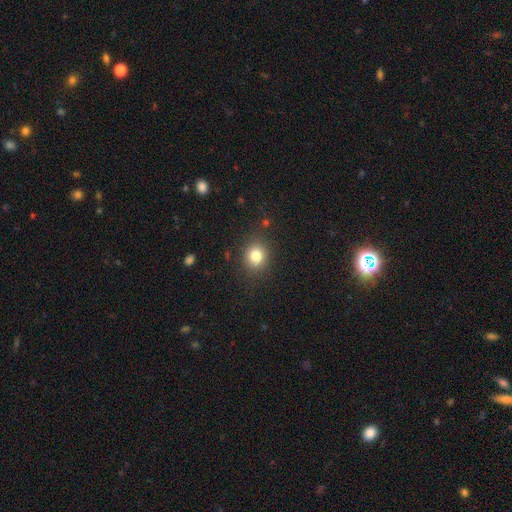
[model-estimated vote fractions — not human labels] Smooth or featured?
  - smooth: 82% *
  - star or artifact: 12%
  - featured or disk: 6%
How rounded?
  - round: 76% *
  - in between: 23%
  - cigar-shaped: 1%
Merging?
  - none: 86% *
  - minor disturbance: 9%
  - major disturbance: 3%
  - merger: 2%